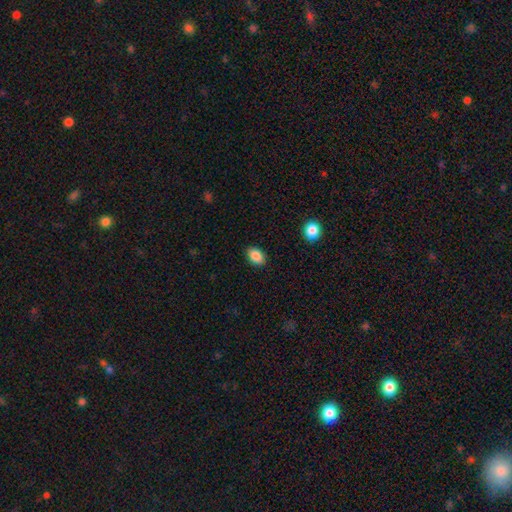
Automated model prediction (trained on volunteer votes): Smooth or featured?
  - smooth: 88% *
  - star or artifact: 8%
  - featured or disk: 4%
How rounded?
  - in between: 86% *
  - round: 13%
  - cigar-shaped: 1%
Merging?
  - none: 89% *
  - minor disturbance: 8%
  - major disturbance: 2%
  - merger: 1%